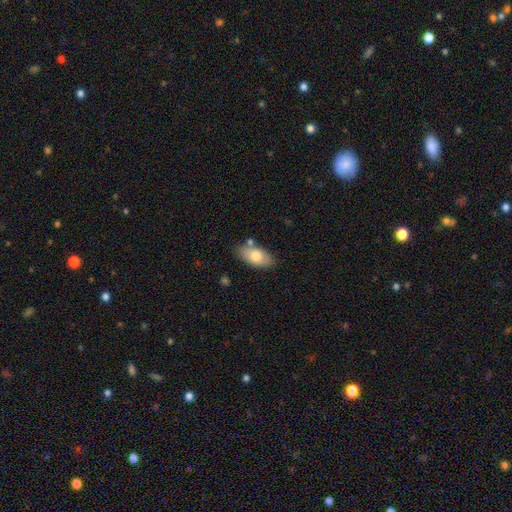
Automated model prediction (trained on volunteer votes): smooth_or_featured: smooth (p=0.75) [alt: featured or disk p=0.18]
how_rounded: in between (p=0.92) [alt: cigar-shaped p=0.05]
merging: none (p=0.76) [alt: minor disturbance p=0.14]